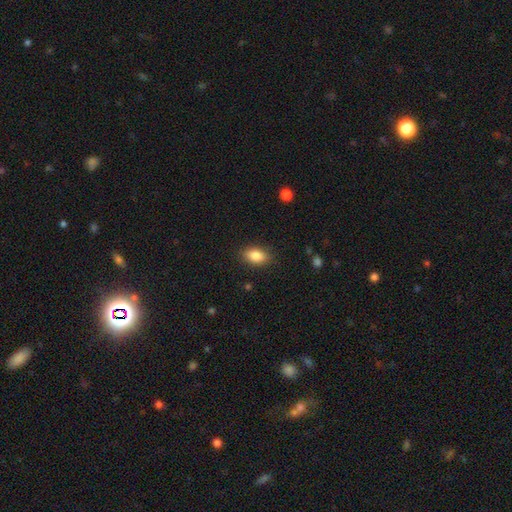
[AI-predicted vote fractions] Smooth or featured? Predicted: smooth (p=0.86). How rounded? Predicted: in between (p=0.88). Merging? Predicted: none (p=0.87).